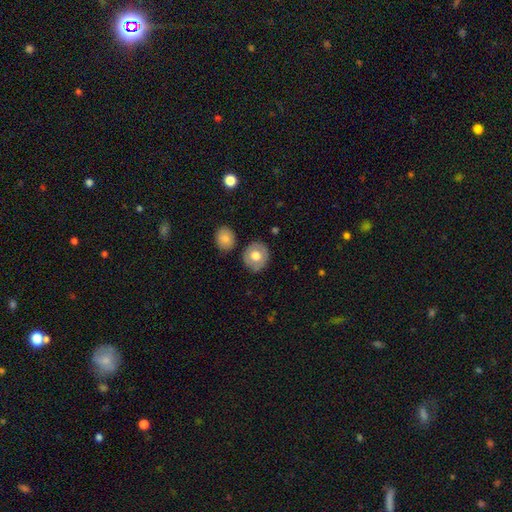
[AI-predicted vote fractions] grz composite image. It shows a smooth galaxy with no disk features (64%) that is round (76%). Merging: none (82%).